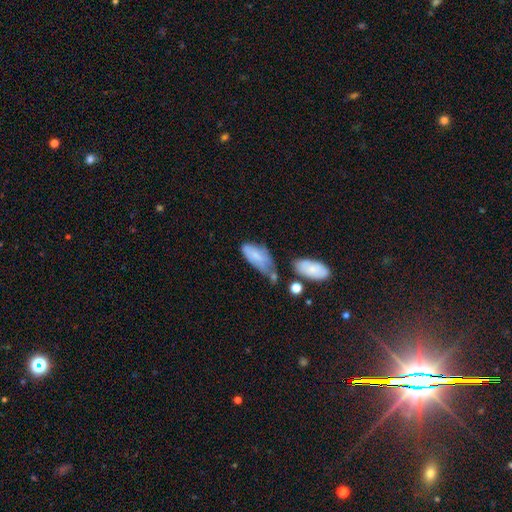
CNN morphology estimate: A smooth galaxy with no disk features (67%) that is in between round and cigar-shaped (87%). Merging: minor disturbance (35%).